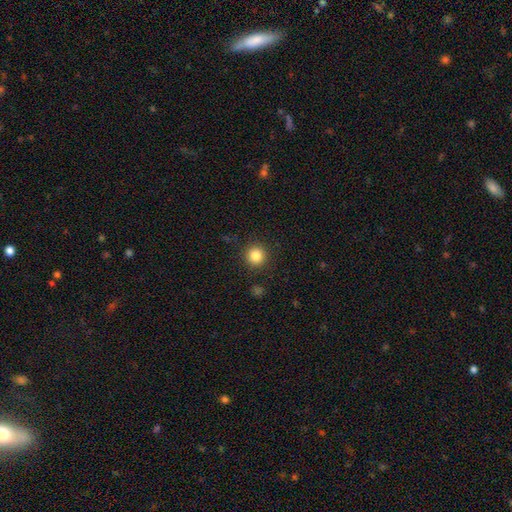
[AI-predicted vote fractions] smooth_or_featured: smooth (p=0.84) [alt: star or artifact p=0.11]
how_rounded: round (p=0.94) [alt: in between p=0.05]
merging: none (p=0.91) [alt: minor disturbance p=0.06]